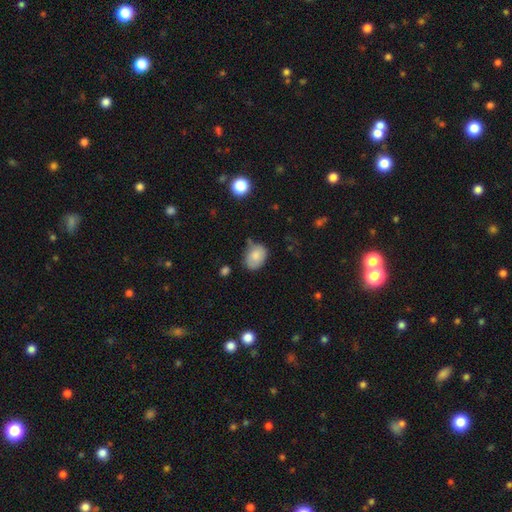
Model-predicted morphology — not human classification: Smooth or featured? smooth (78%)
How rounded? in between (71%)
Merging? none (54%)